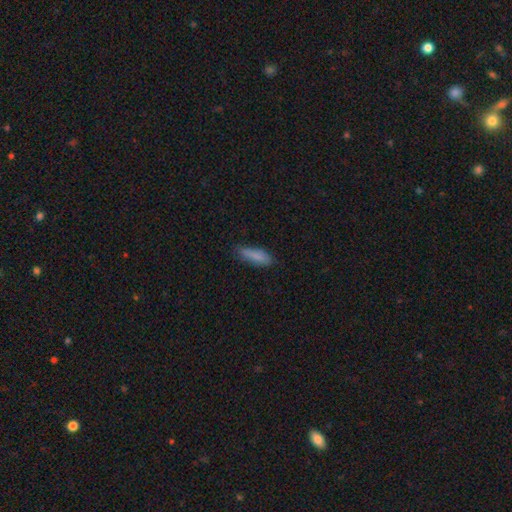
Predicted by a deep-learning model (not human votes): A smooth galaxy with no disk features (84%) that is in between round and cigar-shaped (50%). Merging: none (74%).